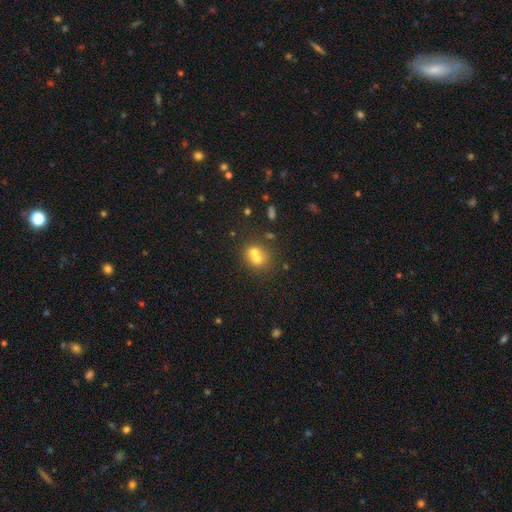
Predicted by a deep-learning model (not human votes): Smooth or featured? smooth (64%)
How rounded? round (72%)
Merging? merger (61%)